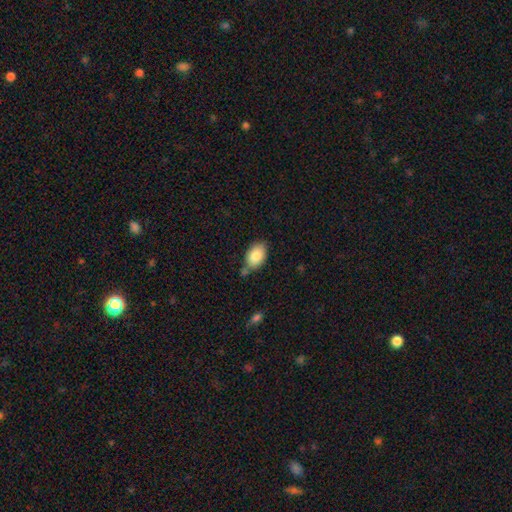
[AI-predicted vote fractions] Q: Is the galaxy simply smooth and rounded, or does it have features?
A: smooth — 86%.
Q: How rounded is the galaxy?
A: in between — 91%.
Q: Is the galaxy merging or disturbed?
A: none — 66%.